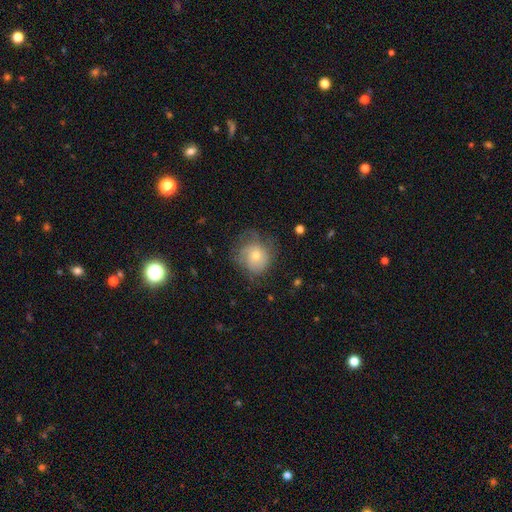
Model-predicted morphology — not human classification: type=featured or disk (45%); merging=none (61%).